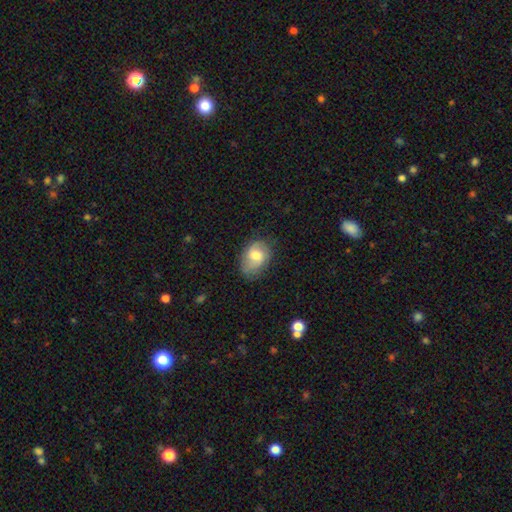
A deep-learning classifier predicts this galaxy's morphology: Smooth or featured?
  - smooth: 55% *
  - featured or disk: 38%
  - star or artifact: 8%
How rounded?
  - in between: 74% *
  - round: 25%
  - cigar-shaped: 1%
Merging?
  - none: 65% *
  - minor disturbance: 25%
  - major disturbance: 8%
  - merger: 1%